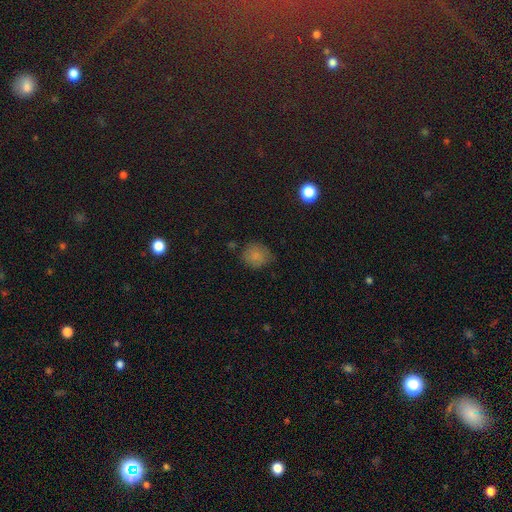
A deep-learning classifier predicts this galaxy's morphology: smooth-or-featured: smooth: 80% | star or artifact: 13% | featured or disk: 7%
  how-rounded: round: 76% | in between: 23% | cigar-shaped: 1%
  merging: none: 67% | minor disturbance: 25% | major disturbance: 6% | merger: 3%